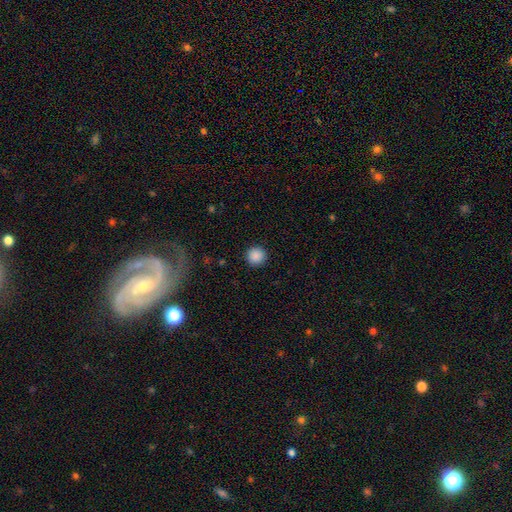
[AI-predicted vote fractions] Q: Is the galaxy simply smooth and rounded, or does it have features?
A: smooth — 88%.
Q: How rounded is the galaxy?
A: round — 95%.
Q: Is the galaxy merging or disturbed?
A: none — 92%.